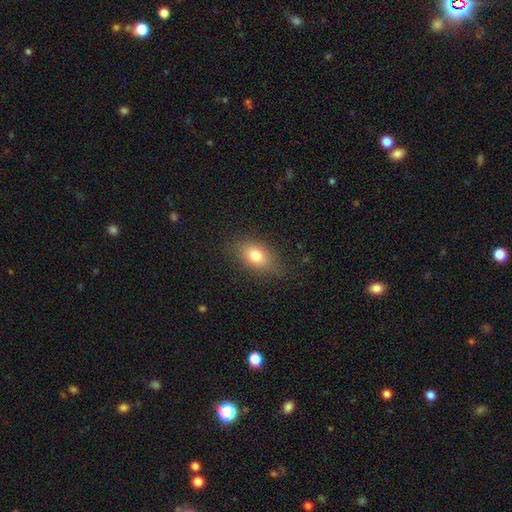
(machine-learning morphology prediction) Smooth or featured: smooth — 78% (featured or disk — 12%)
How rounded: in between — 83% (round — 14%)
Merging: none — 81% (minor disturbance — 14%)